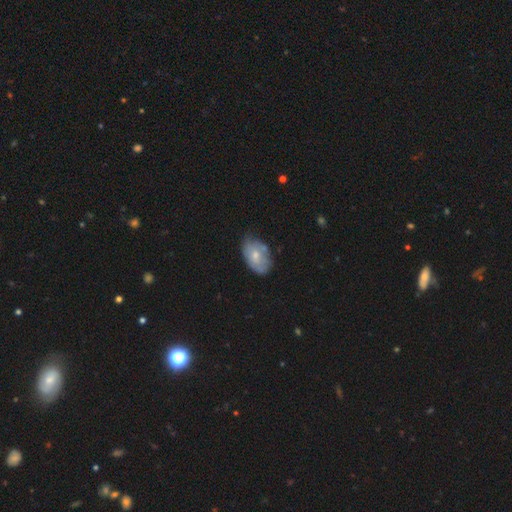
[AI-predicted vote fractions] Overall: smooth (56%; featured or disk 38%). How rounded: in between (88%). Merging: none (56%; minor disturbance 33%).